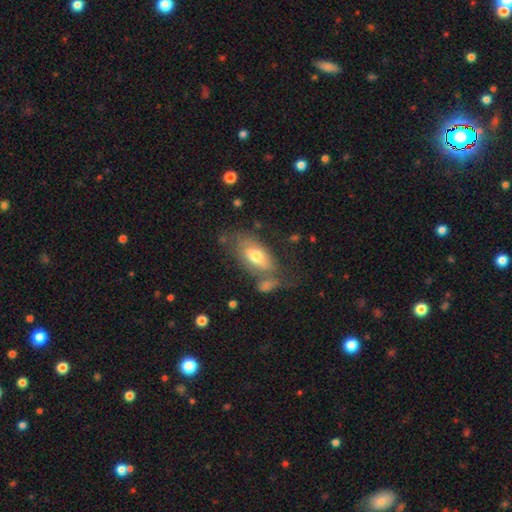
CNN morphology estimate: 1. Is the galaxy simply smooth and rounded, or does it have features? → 64% smooth, 29% featured or disk, 7% star or artifact.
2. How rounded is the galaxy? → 87% in between, 9% cigar-shaped, 4% round.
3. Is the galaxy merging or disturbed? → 50% none, 22% minor disturbance, 16% merger, 12% major disturbance.